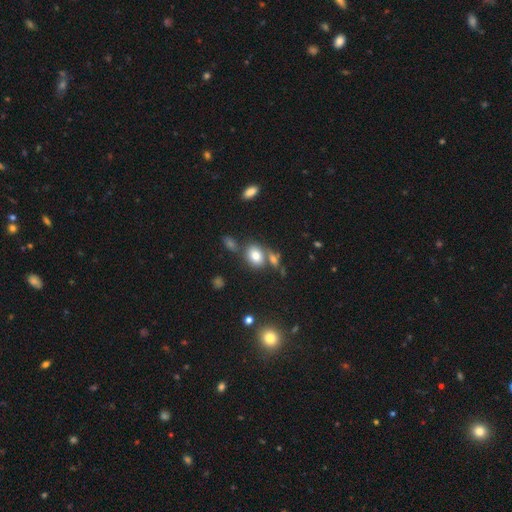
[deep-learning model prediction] Morphology: type=smooth (79%); roundness=in between (67%); merging=none (58%).